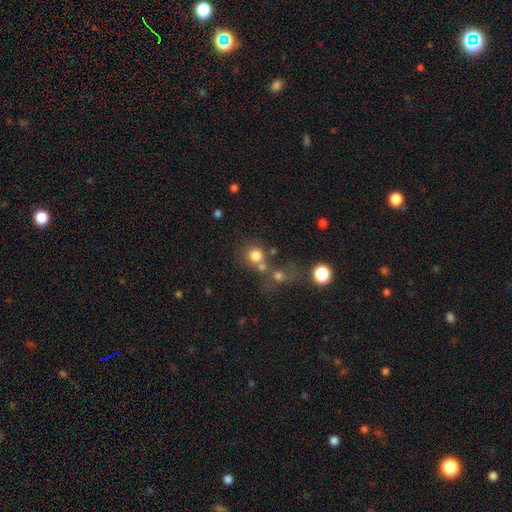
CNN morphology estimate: Smooth or featured: smooth — 76% (star or artifact — 15%)
How rounded: round — 87% (in between — 12%)
Merging: none — 50% (merger — 34%)